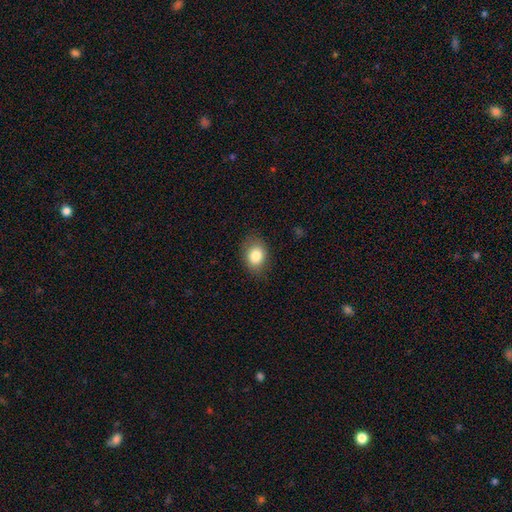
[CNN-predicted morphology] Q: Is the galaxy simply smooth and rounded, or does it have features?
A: smooth — 83%.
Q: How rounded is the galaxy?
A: in between — 63%.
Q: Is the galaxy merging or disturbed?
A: none — 82%.